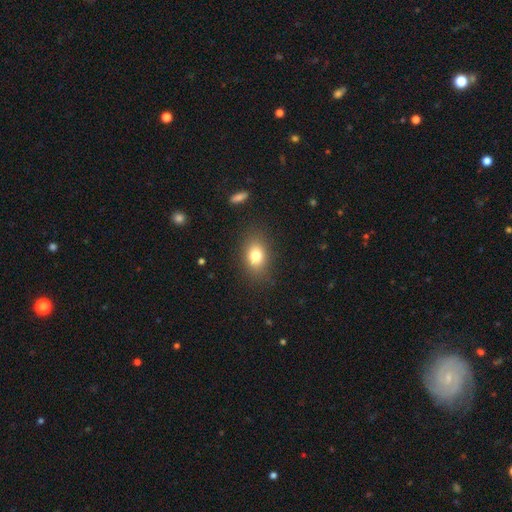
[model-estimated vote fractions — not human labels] Overall: smooth (78%). How rounded: in between (73%). Merging: none (84%).